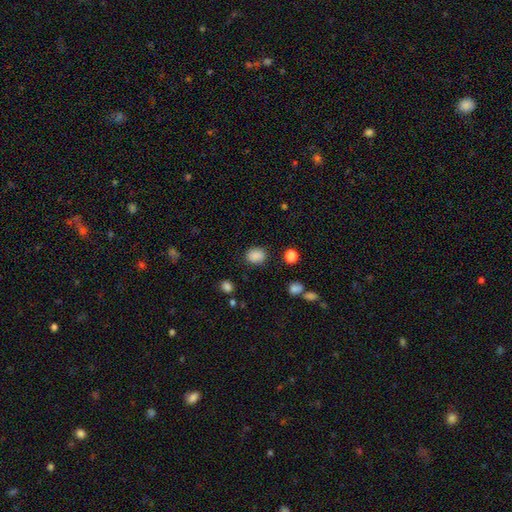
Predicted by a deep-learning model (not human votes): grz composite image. It shows a smooth galaxy with no disk features (86%) that is round (50%). Merging: none (83%).